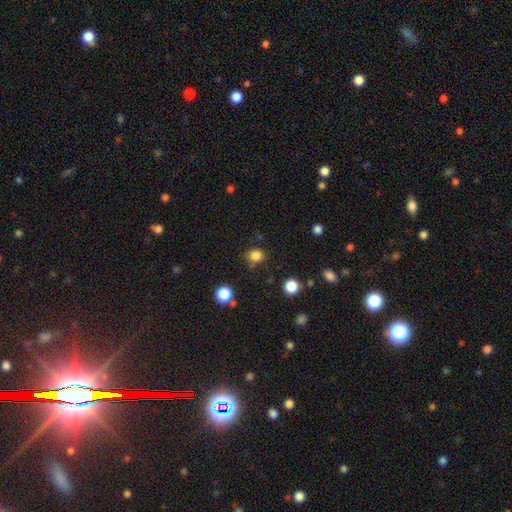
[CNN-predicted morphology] The model was most divided on "how rounded": round: 72%, in between: 28%, cigar-shaped: 1%. More confident: smooth or featured — smooth (82%); merging — none (77%).